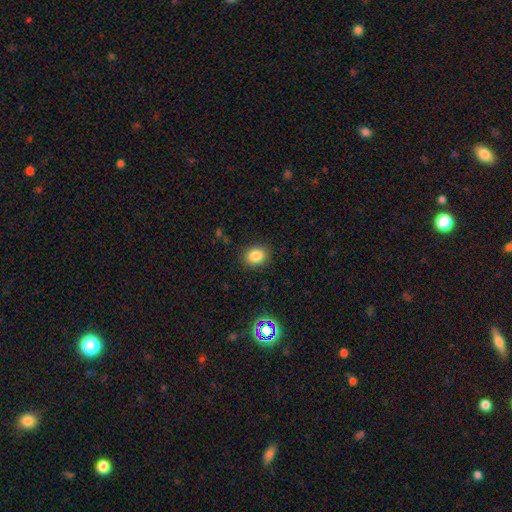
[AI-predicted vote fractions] Morphology: type=smooth (83%); roundness=round (53%); merging=none (87%).